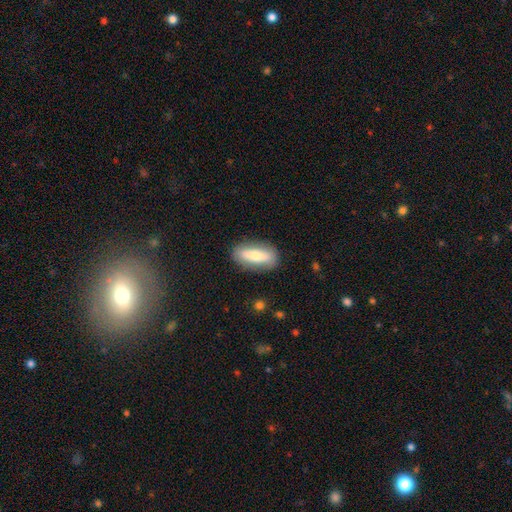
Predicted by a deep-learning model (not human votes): smooth-or-featured: smooth: 67% | featured or disk: 27% | star or artifact: 6%
  how-rounded: in between: 74% | cigar-shaped: 23% | round: 3%
  merging: none: 84% | minor disturbance: 11% | major disturbance: 3% | merger: 1%